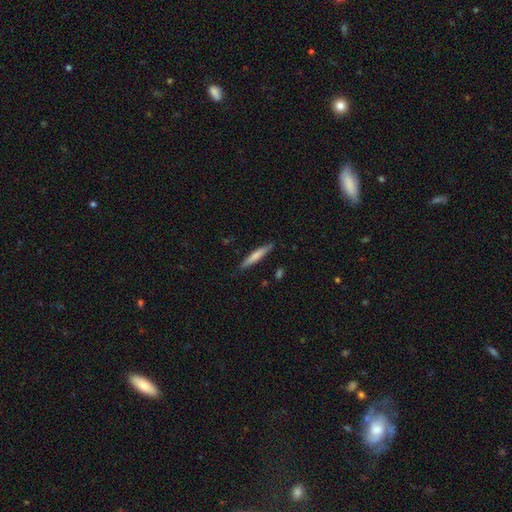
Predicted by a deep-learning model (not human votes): This is likely a smooth galaxy (63%). How rounded: clearly cigar-shaped (93%). Merging: clearly none (87%).